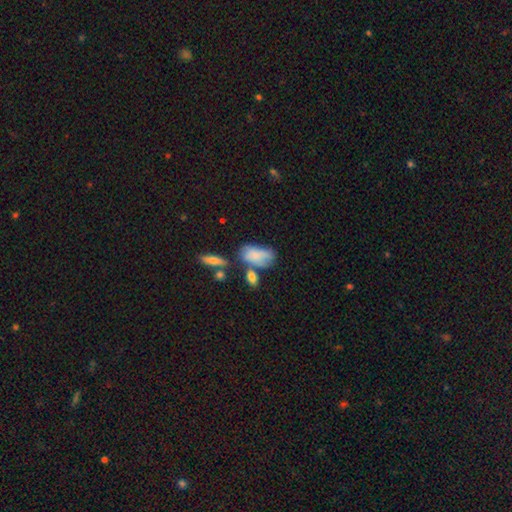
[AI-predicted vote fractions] Smooth or featured? smooth (73%)
How rounded? in between (90%)
Merging? none (38%)